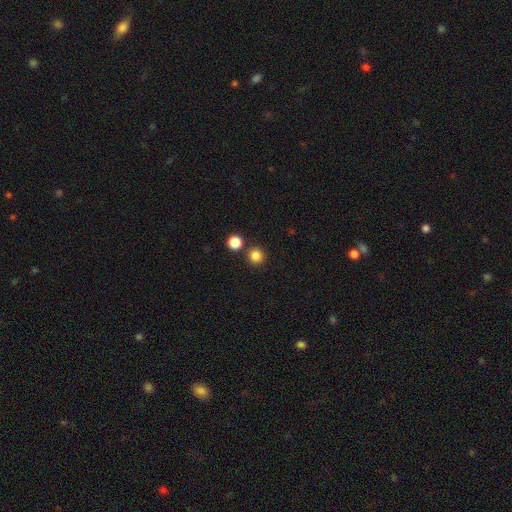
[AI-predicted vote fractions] Overall: smooth (84%). How rounded: round (94%). Merging: none (83%).